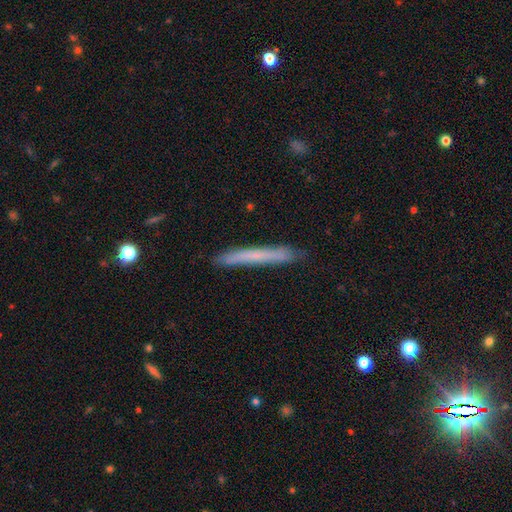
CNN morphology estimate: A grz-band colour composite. It shows a smooth galaxy with no disk features (63%) that is cigar-shaped (97%). Merging: none (86%).